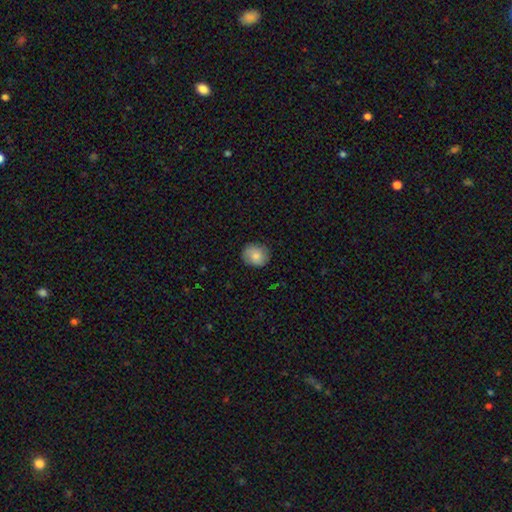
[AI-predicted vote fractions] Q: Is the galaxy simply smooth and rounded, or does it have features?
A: smooth — 81%.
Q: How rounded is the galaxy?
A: round — 68%.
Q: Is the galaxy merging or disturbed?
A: none — 84%.